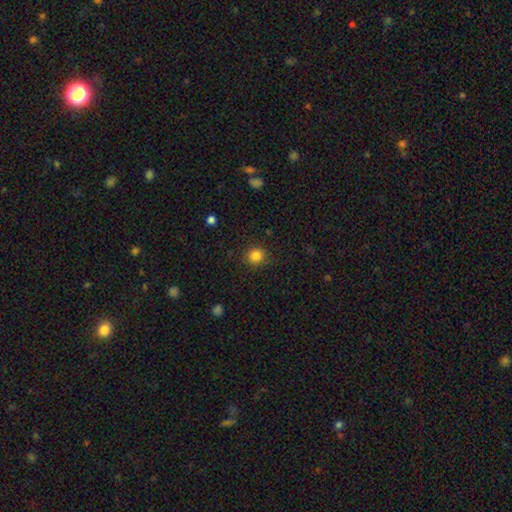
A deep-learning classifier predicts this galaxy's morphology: Overall: smooth (84%). How rounded: round (89%). Merging: none (86%).